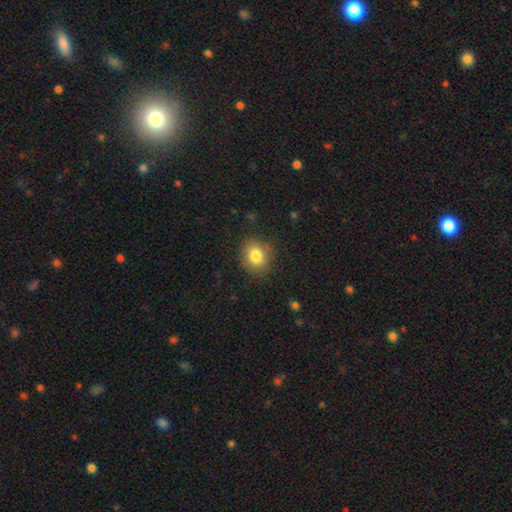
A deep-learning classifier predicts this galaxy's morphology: A smooth galaxy with no disk features (83%) that is round (57%). Merging: none (83%).